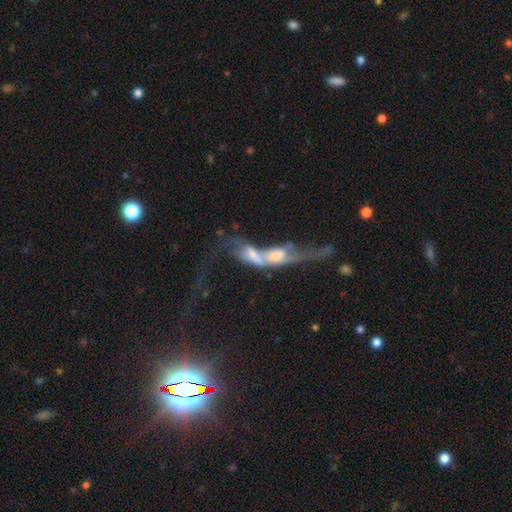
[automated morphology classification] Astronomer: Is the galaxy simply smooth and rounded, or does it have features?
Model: featured or disk — 63%.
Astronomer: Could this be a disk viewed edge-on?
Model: no — 71%.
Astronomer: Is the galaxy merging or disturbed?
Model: merger — 71%.